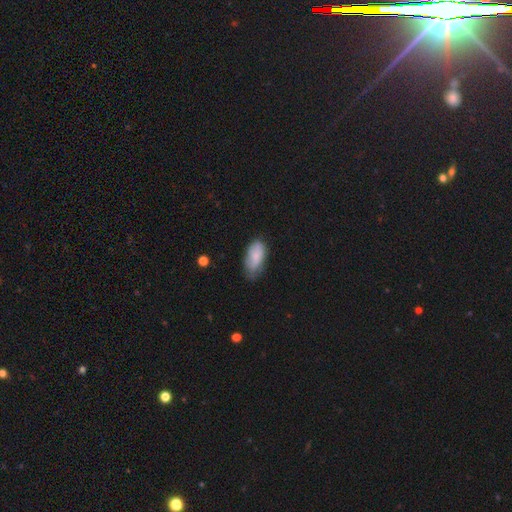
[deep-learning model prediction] This appears to be a smooth galaxy with no disk features (76%) that is in between round and cigar-shaped (92%). Merging: none (53%).